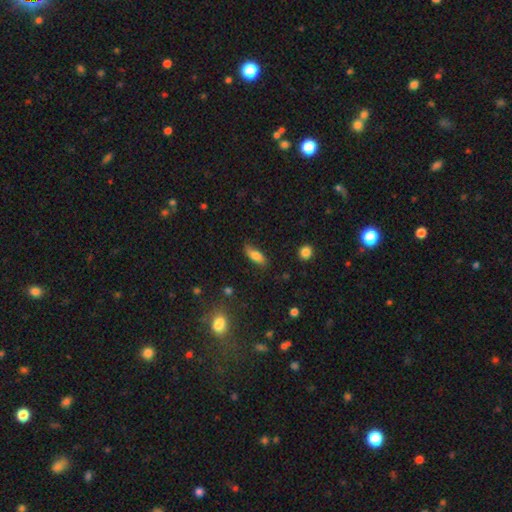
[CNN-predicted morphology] Q: Smooth or featured?
A: smooth (75%); runner-up: featured or disk (18%)
Q: How rounded?
A: in between (68%); runner-up: cigar-shaped (29%)
Q: Merging?
A: none (76%); runner-up: minor disturbance (18%)